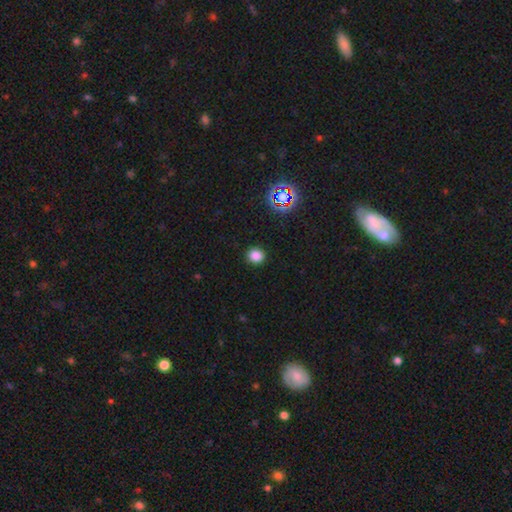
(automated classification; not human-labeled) Smooth or featured? Predicted: smooth (p=0.82). How rounded? Predicted: round (p=0.80). Merging? Predicted: none (p=0.90).